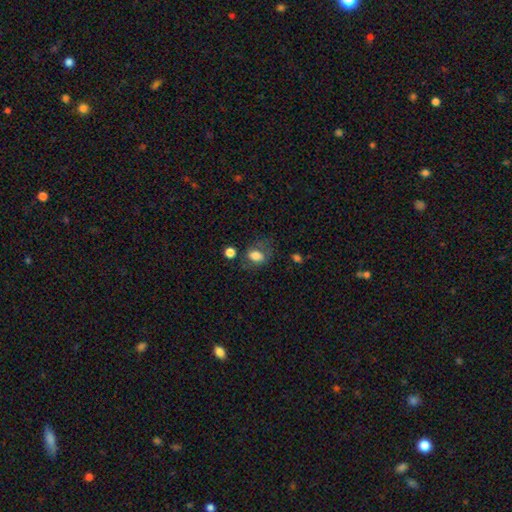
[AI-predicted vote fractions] This appears to be a smooth galaxy with no disk features (75%) that is in between round and cigar-shaped (72%). Merging: none (57%).